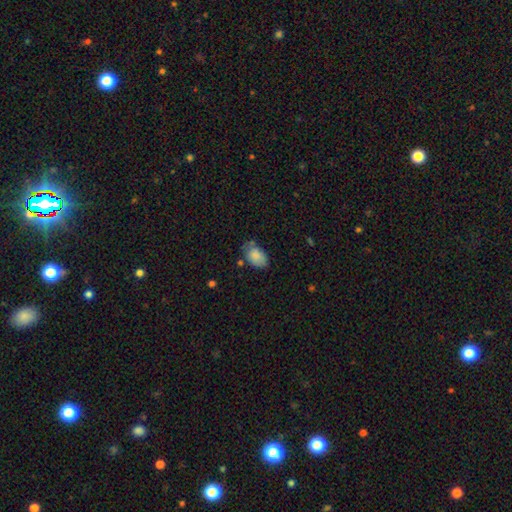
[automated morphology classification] smooth 84%, featured or disk 9%, star or artifact 7%. Down the decision tree: how rounded — in between (89%); merging — none (59%).